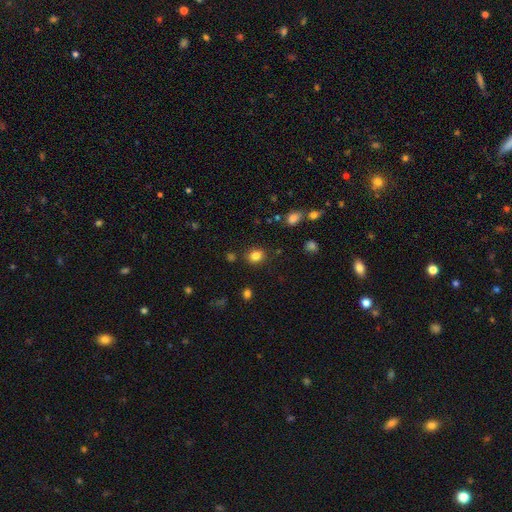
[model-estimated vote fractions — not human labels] Smooth or featured: smooth — 84% (star or artifact — 11%)
How rounded: round — 58% (in between — 41%)
Merging: none — 85% (minor disturbance — 10%)